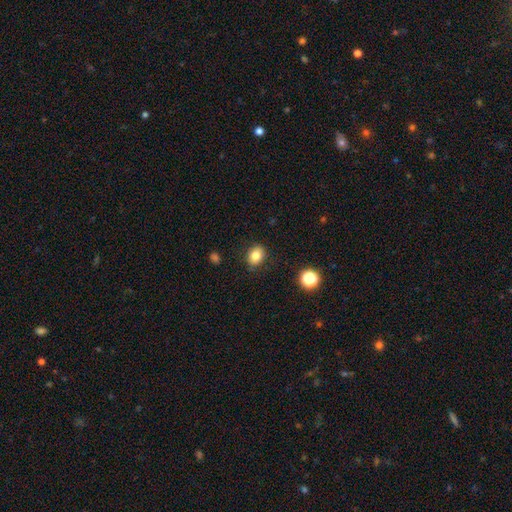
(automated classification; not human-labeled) This is clearly a smooth galaxy (82%). How rounded: possibly in between (56%). Merging: clearly none (85%).